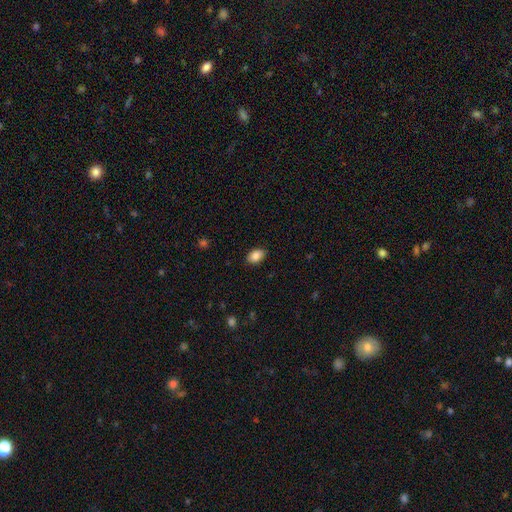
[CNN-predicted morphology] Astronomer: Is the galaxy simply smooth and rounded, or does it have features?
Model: smooth — 87%.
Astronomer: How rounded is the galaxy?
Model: in between — 88%.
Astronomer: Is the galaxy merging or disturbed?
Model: none — 88%.